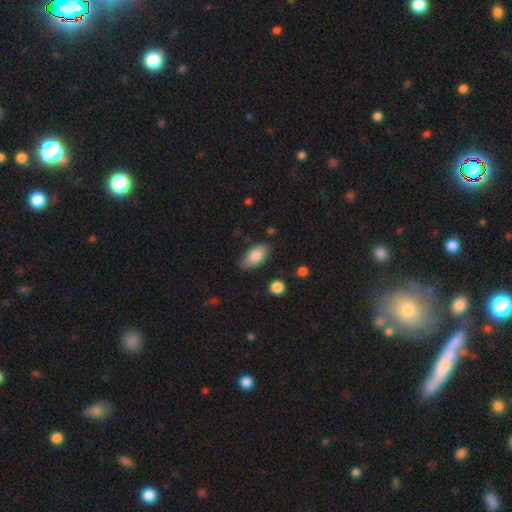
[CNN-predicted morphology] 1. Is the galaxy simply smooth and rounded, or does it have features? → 82% smooth, 12% featured or disk, 6% star or artifact.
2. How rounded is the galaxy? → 93% in between, 4% cigar-shaped, 3% round.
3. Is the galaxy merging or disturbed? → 79% none, 17% minor disturbance, 3% major disturbance, 2% merger.